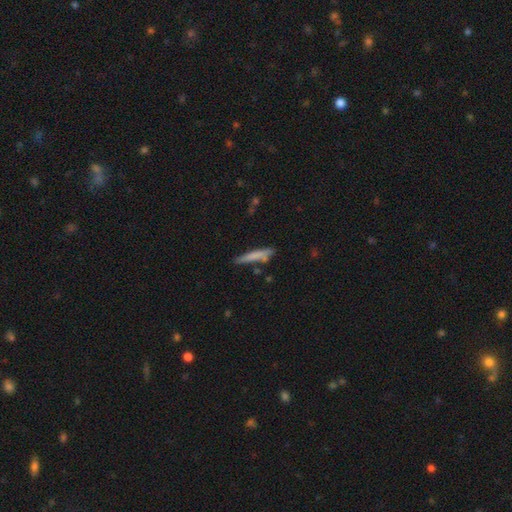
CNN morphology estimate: Smooth or featured? Predicted: smooth (p=0.73). How rounded? Predicted: cigar-shaped (p=0.91). Merging? Predicted: none (p=0.71).